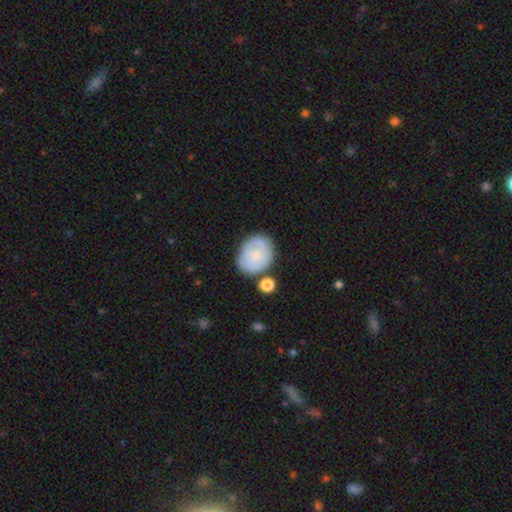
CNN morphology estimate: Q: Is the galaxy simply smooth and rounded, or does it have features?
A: smooth — 60%.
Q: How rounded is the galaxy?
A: in between — 52%.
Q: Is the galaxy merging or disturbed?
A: none — 67%.